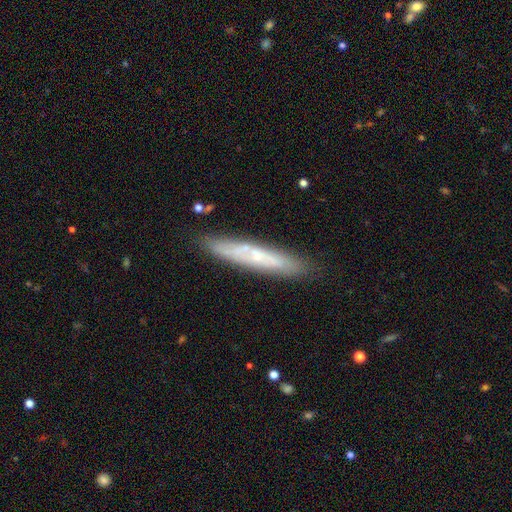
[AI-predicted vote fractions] The model was most divided on "smooth or featured": featured or disk: 52%, smooth: 41%, star or artifact: 7%. More confident: merging — none (81%); edge-on disk — yes (69%).